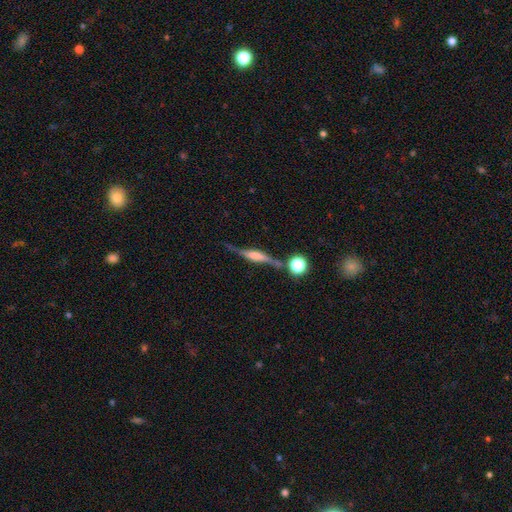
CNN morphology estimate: Smooth or featured?
  - featured or disk: 73% *
  - smooth: 20%
  - star or artifact: 8%
Edge-on disk?
  - yes: 92% *
  - no: 8%
Edge-on bulge?
  - rounded: 55% *
  - boxy: 36%
  - none: 9%
Merging?
  - none: 67% *
  - minor disturbance: 17%
  - merger: 9%
  - major disturbance: 7%